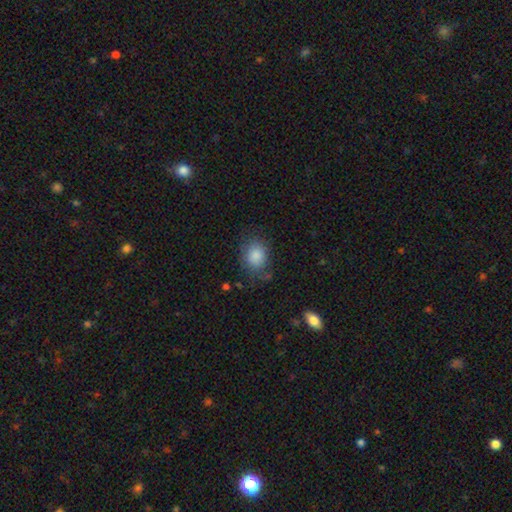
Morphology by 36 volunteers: Smooth or featured?
  - smooth: 92% *
  - featured or disk: 6%
  - star or artifact: 3%
How rounded?
  - round: 73% *
  - in between: 27%
  - cigar-shaped: 0%
Merging?
  - none: 74% *
  - minor disturbance: 17%
  - major disturbance: 9%
  - merger: 0%